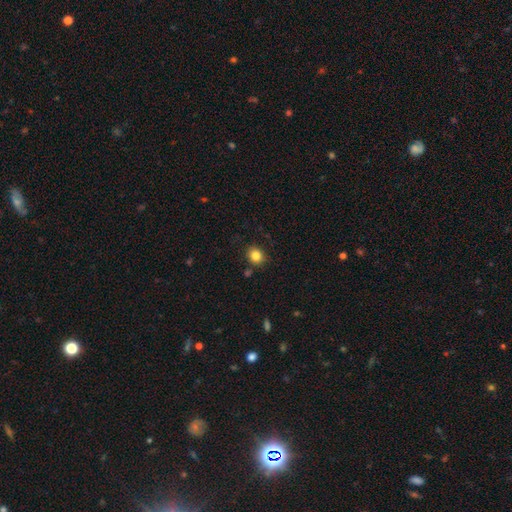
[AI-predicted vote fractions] This is clearly a smooth galaxy (83%). How rounded: likely round (71%). Merging: clearly none (84%).